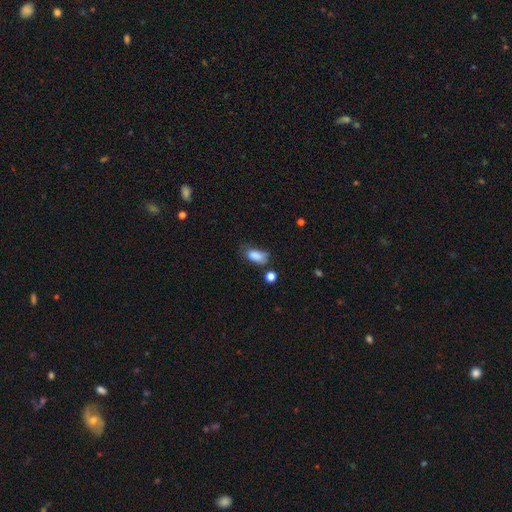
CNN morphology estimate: Overall: smooth (82%). How rounded: in between (88%). Merging: none (45%; minor disturbance 32%).